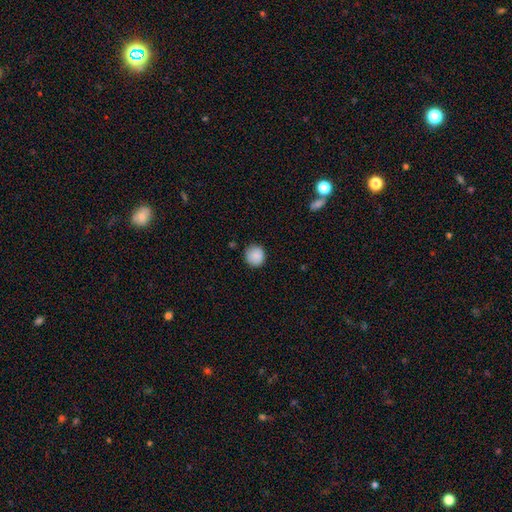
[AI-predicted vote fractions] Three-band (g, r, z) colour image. It shows a smooth galaxy with no disk features (89%) that is round (92%). Merging: none (87%).